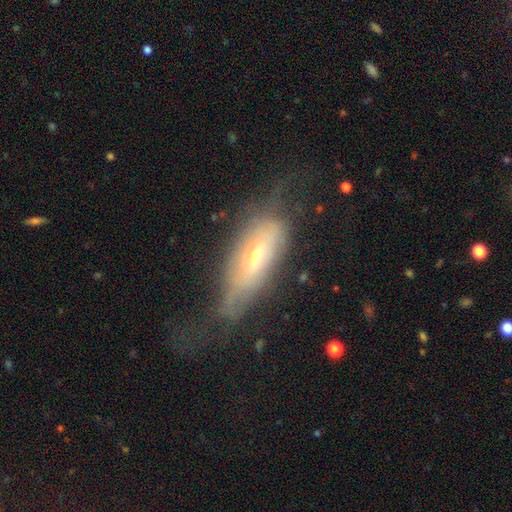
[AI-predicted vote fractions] smooth-or-featured: featured or disk: 50% | smooth: 40% | star or artifact: 9%
  disk-edge-on: no: 64% | yes: 36%
  merging: none: 38% | major disturbance: 30% | minor disturbance: 29% | merger: 3%